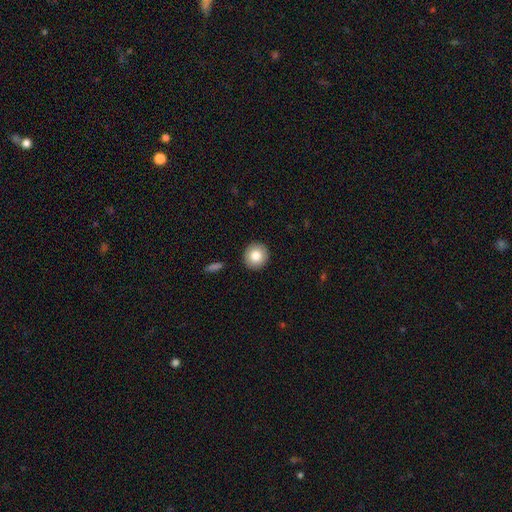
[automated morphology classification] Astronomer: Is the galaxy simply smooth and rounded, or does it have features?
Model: smooth — 82%.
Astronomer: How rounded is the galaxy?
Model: round — 92%.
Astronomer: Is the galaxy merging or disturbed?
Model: none — 92%.